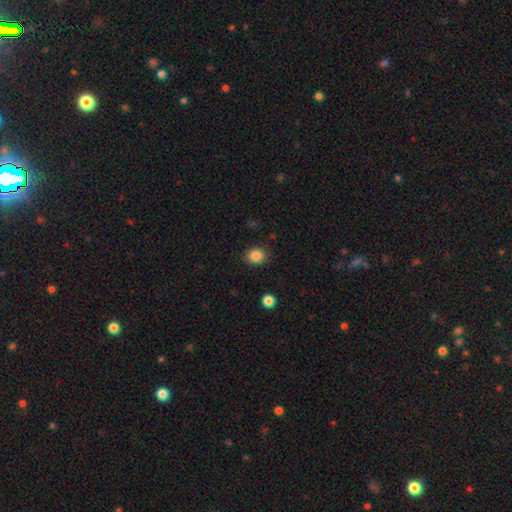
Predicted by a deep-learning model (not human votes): Smooth or featured? smooth (85%)
How rounded? round (66%)
Merging? none (88%)